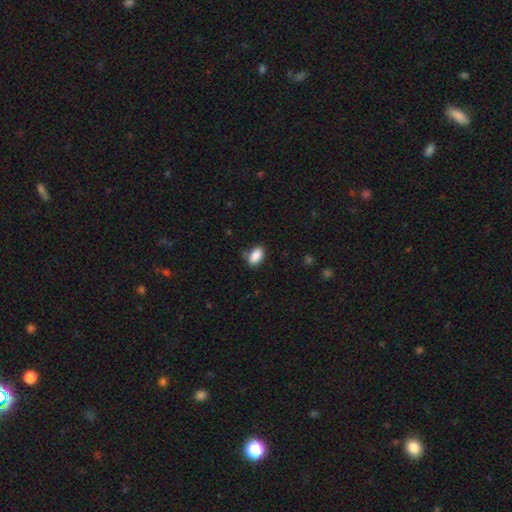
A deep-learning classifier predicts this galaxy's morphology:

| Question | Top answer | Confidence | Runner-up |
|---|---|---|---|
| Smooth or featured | smooth | 89% | star or artifact (8%) |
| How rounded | in between | 90% | round (8%) |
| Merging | none | 80% | minor disturbance (14%) |